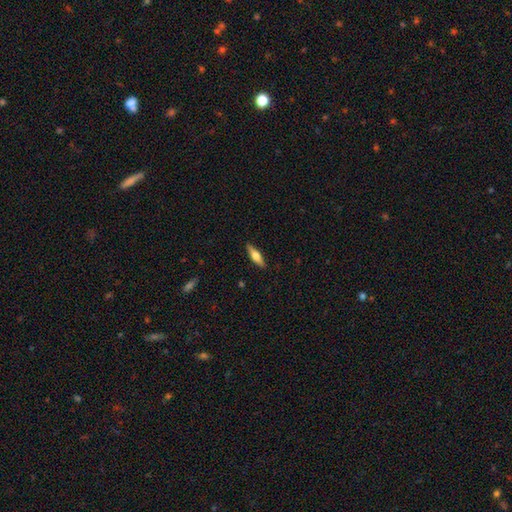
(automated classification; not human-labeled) Smooth or featured?
  - smooth: 53% *
  - featured or disk: 41%
  - star or artifact: 6%
How rounded?
  - cigar-shaped: 61% *
  - in between: 37%
  - round: 2%
Merging?
  - none: 89% *
  - minor disturbance: 8%
  - major disturbance: 2%
  - merger: 1%